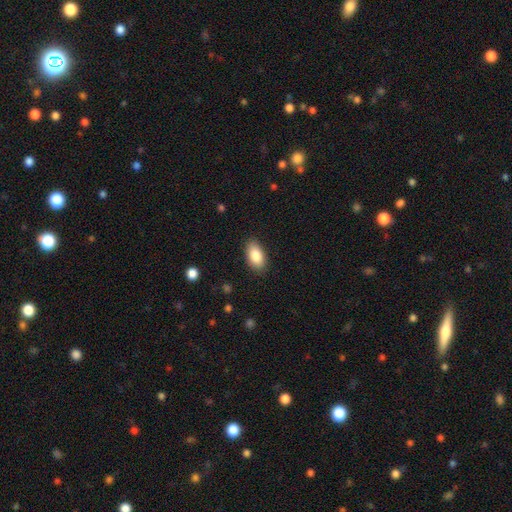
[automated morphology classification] This appears to be a smooth galaxy with no disk features (85%) that is in between round and cigar-shaped (93%). Merging: none (87%).